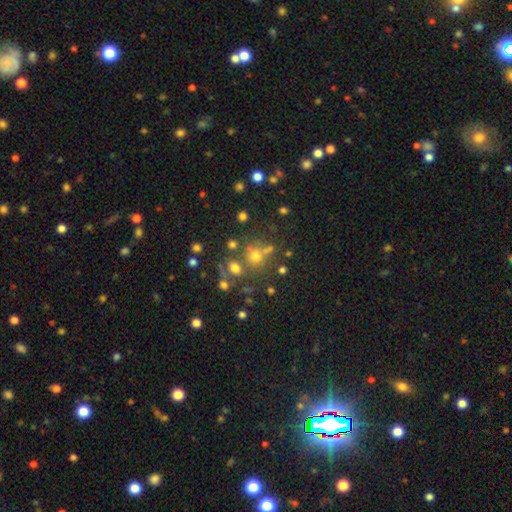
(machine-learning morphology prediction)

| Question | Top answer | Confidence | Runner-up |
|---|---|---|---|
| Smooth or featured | smooth | 64% | star or artifact (24%) |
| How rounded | round | 84% | in between (14%) |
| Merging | none | 61% | merger (21%) |